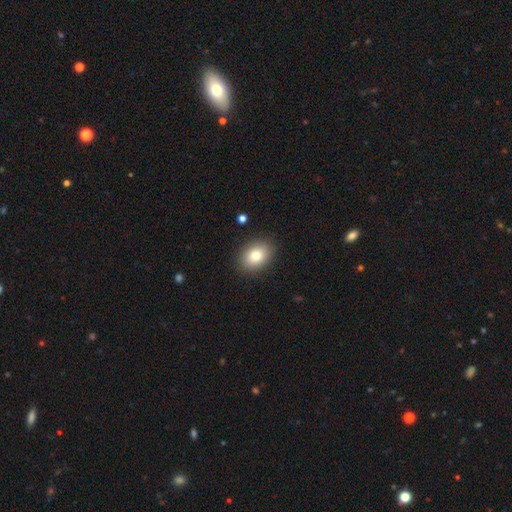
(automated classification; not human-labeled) Smooth or featured? Predicted: smooth (p=0.82). How rounded? Predicted: in between (p=0.74). Merging? Predicted: none (p=0.88).